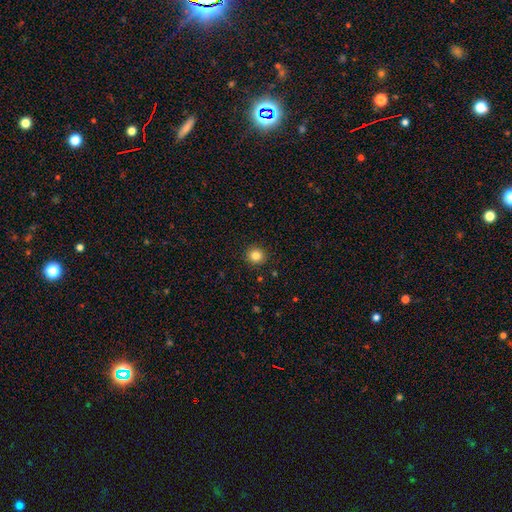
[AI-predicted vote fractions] Q: Smooth or featured?
A: smooth (84%); runner-up: star or artifact (11%)
Q: How rounded?
A: round (93%); runner-up: in between (6%)
Q: Merging?
A: none (92%); runner-up: minor disturbance (5%)